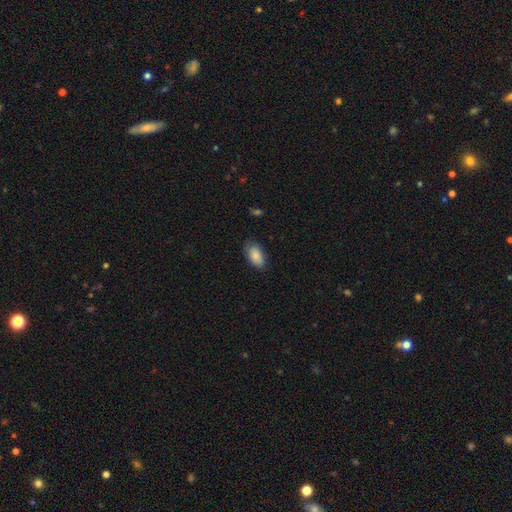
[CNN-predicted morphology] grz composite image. It shows a smooth galaxy with no disk features (84%) that is in between round and cigar-shaped (94%). Merging: none (74%).